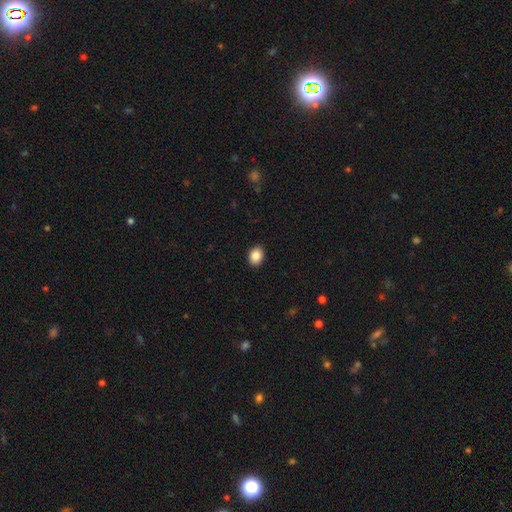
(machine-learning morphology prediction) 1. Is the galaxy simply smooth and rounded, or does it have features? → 87% smooth, 8% star or artifact, 5% featured or disk.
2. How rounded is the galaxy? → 68% in between, 31% round, 1% cigar-shaped.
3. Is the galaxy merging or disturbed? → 91% none, 6% minor disturbance, 2% major disturbance, 1% merger.